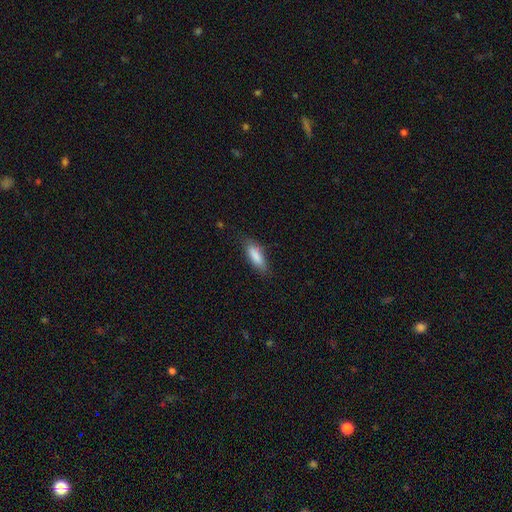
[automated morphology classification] This appears to be a smooth galaxy with no disk features (84%) that is in between round and cigar-shaped (56%). Merging: none (77%).